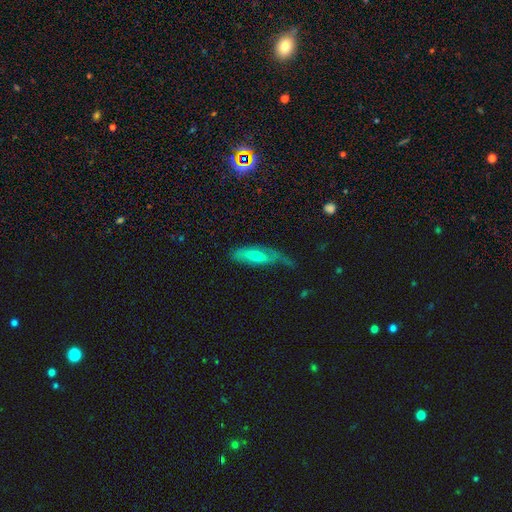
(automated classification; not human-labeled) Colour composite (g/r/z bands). It shows a smooth galaxy with no disk features (51%) that is in between round and cigar-shaped (58%). Merging: minor disturbance (35%).